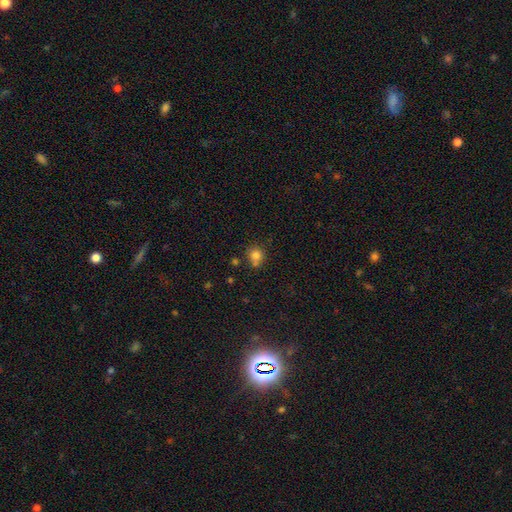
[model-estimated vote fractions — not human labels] Q: Smooth or featured?
A: smooth (79%); runner-up: star or artifact (13%)
Q: How rounded?
A: round (82%); runner-up: in between (17%)
Q: Merging?
A: none (61%); runner-up: minor disturbance (17%)